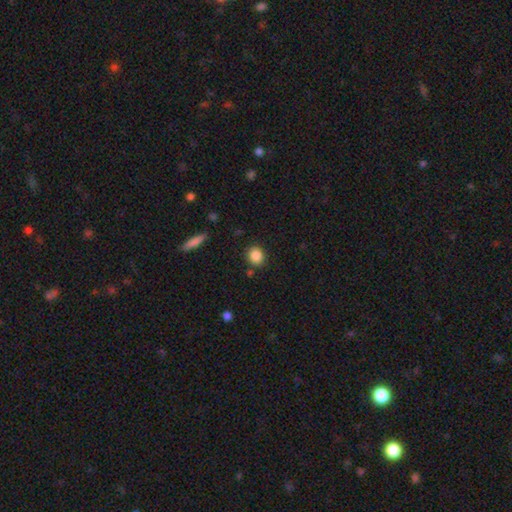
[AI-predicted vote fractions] The model was most divided on "how rounded": round: 74%, in between: 24%, cigar-shaped: 1%. More confident: smooth or featured — smooth (87%); merging — none (86%).